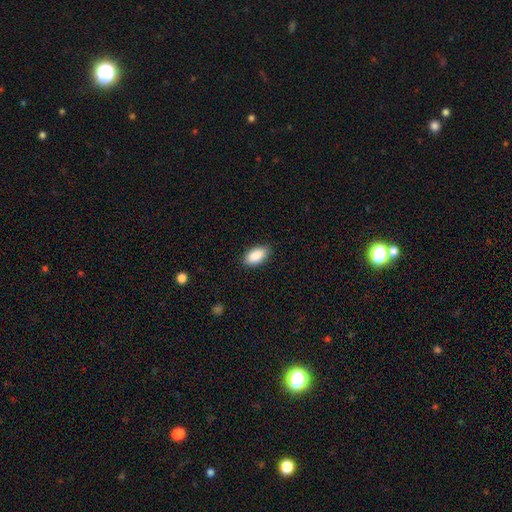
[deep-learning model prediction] A smooth galaxy with no disk features (90%) that is in between round and cigar-shaped (94%). Merging: none (88%).